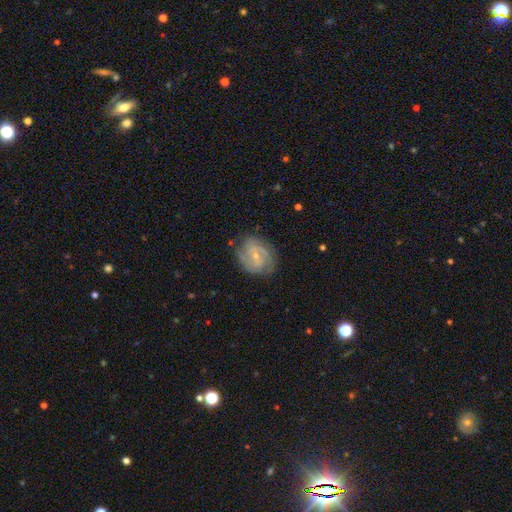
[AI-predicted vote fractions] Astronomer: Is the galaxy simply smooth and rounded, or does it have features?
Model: featured or disk — 75%.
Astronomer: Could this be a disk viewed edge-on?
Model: no — 97%.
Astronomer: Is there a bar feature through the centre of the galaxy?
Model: weak — 47% (runner-up: no, 42%).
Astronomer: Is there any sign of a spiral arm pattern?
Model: yes — 90%.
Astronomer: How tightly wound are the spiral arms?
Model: tight — 43% (runner-up: medium, 42%).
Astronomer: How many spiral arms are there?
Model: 2 — 57%.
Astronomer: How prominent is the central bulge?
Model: small — 72%.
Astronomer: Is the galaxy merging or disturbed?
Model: none — 74%.